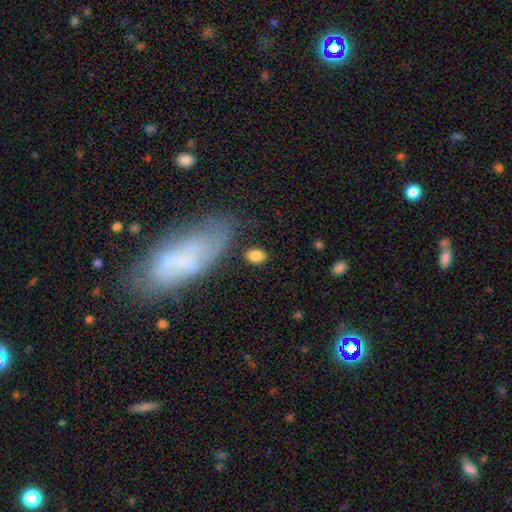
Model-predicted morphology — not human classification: type=smooth (86%); roundness=in between (75%); merging=none (82%).